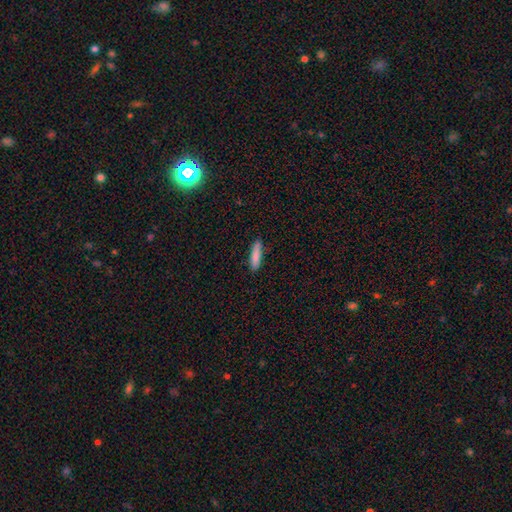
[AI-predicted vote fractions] Smooth or featured?
  - smooth: 85% *
  - featured or disk: 9%
  - star or artifact: 6%
How rounded?
  - cigar-shaped: 78% *
  - in between: 20%
  - round: 1%
Merging?
  - none: 86% *
  - minor disturbance: 11%
  - major disturbance: 2%
  - merger: 1%